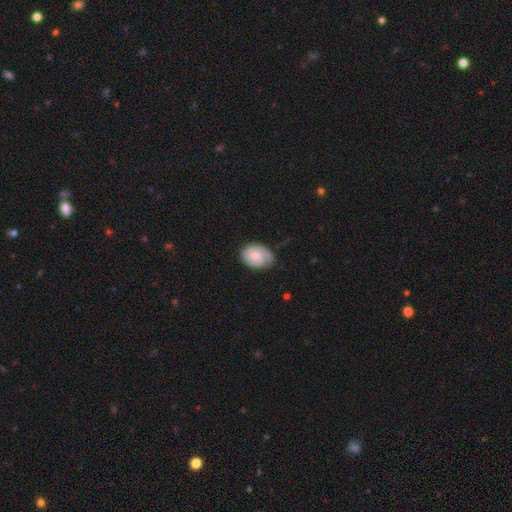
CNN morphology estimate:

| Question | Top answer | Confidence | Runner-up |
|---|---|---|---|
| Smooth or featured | featured or disk | 54% | smooth (40%) |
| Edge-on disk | no | 97% | yes (3%) |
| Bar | no | 57% | weak (38%) |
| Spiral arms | yes | 88% | no (12%) |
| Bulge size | moderate | 47% | small (45%) |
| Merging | none | 67% | minor disturbance (25%) |